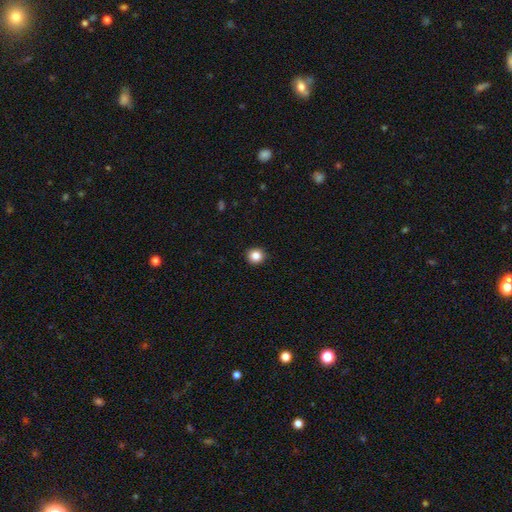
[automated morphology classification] This appears to be a smooth galaxy with no disk features (85%) that is round (91%). Merging: none (92%).